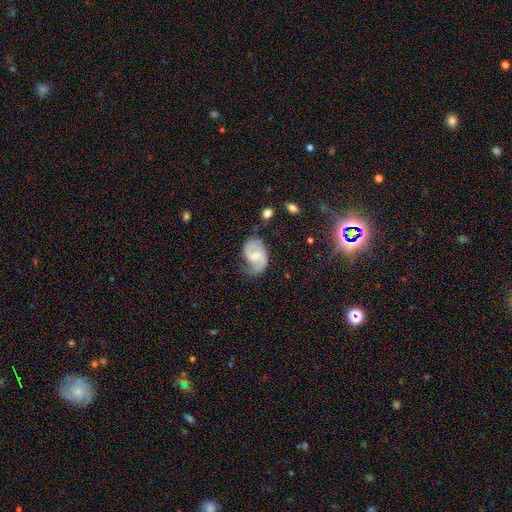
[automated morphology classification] The model was most divided on "bulge size": small: 39%, moderate: 31%, none: 24%, large: 5%, dominant: 1%. Remaining: edge-on disk — no (98%); spiral arms — yes (94%); spiral arm count — 2 (81%); smooth or featured — featured or disk (76%); merging — none (54%); bar — weak (53%); spiral winding — medium (49%).